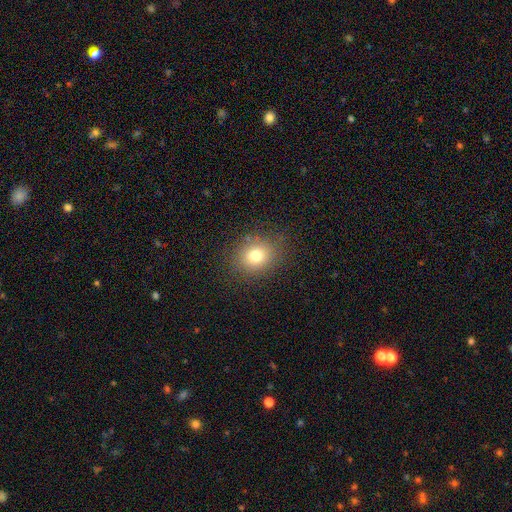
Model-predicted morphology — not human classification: type=smooth (76%); roundness=round (64%); merging=none (84%).